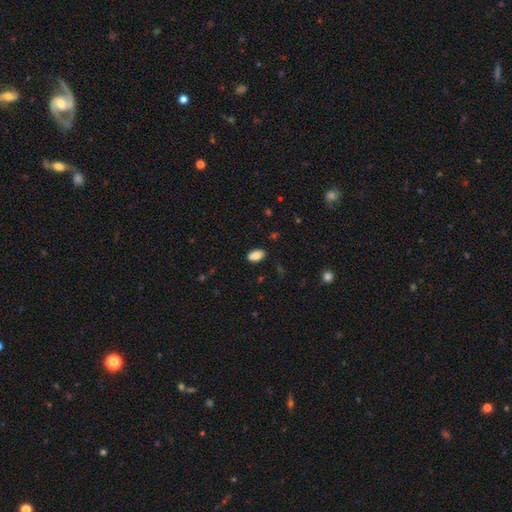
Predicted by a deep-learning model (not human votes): Smooth or featured? Predicted: smooth (p=0.87). How rounded? Predicted: in between (p=0.92). Merging? Predicted: none (p=0.87).